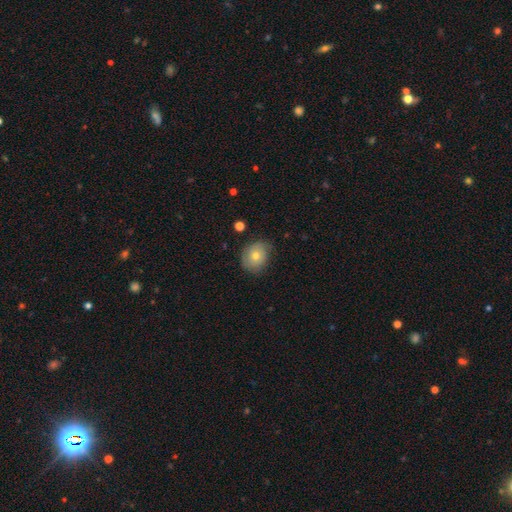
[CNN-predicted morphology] Q: Smooth or featured?
A: smooth (71%); runner-up: featured or disk (20%)
Q: How rounded?
A: round (63%); runner-up: in between (36%)
Q: Merging?
A: none (69%); runner-up: minor disturbance (24%)